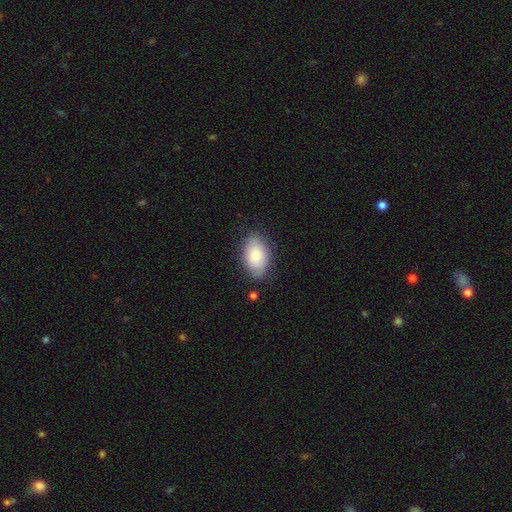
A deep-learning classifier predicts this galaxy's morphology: smooth 82%, featured or disk 12%, star or artifact 6%. Down the decision tree: how rounded — in between (93%); merging — none (78%).